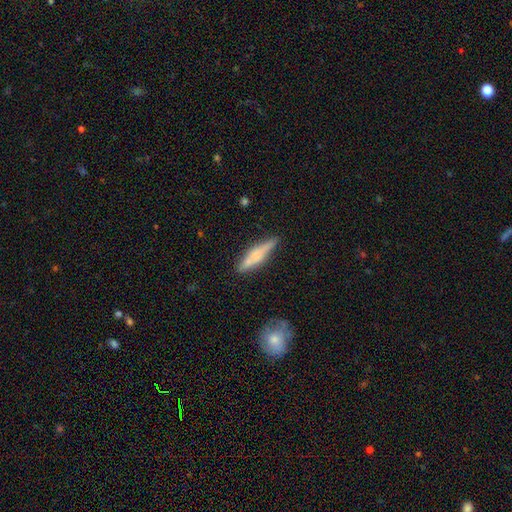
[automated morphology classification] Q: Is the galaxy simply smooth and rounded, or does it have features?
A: smooth — 53%.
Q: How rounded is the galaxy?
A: cigar-shaped — 78%.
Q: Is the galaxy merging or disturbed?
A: none — 77%.